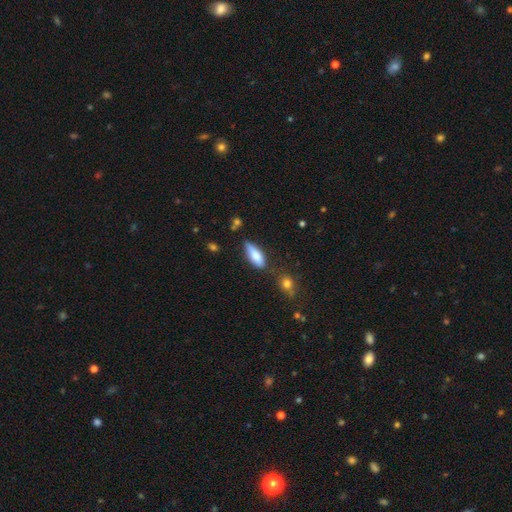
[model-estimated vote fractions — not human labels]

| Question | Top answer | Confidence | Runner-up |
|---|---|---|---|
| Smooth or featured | smooth | 79% | featured or disk (15%) |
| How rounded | in between | 70% | cigar-shaped (28%) |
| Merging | none | 62% | minor disturbance (26%) |